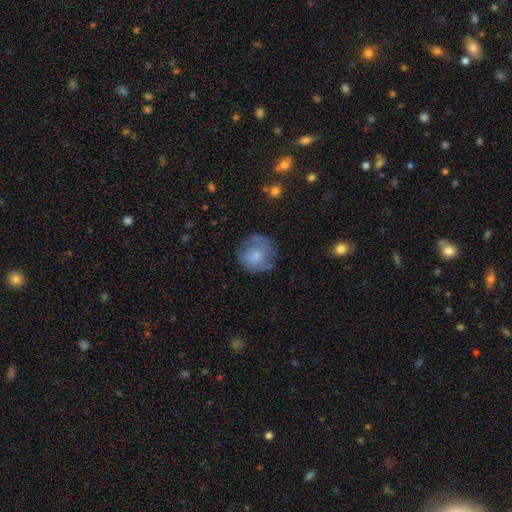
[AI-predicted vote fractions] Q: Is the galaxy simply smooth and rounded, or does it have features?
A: smooth — 59%.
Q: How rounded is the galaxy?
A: round — 88%.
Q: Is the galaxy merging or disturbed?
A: none — 68%.